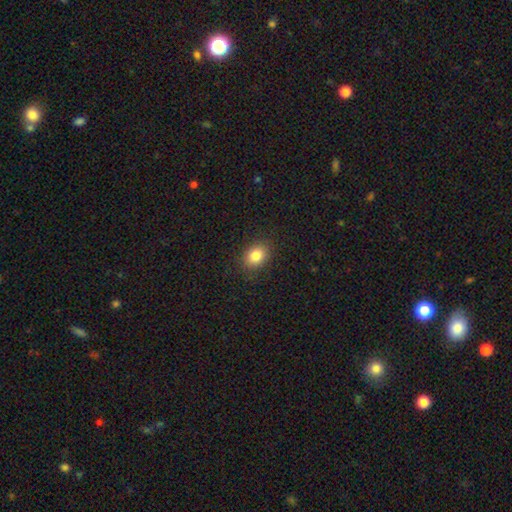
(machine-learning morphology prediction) Overall: smooth (84%). How rounded: in between (62%; round 37%). Merging: none (87%).